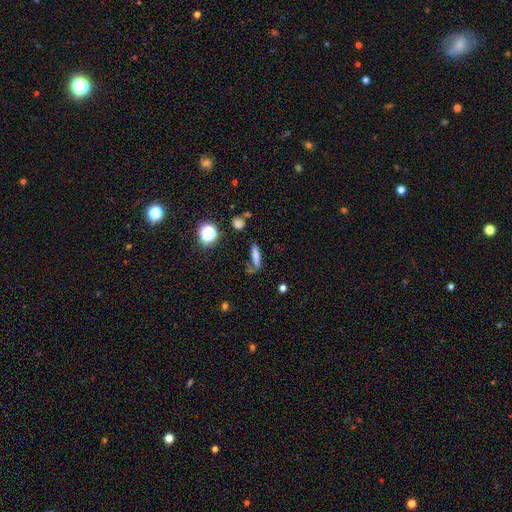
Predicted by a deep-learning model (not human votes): A smooth galaxy with no disk features (68%) that is cigar-shaped (67%). Merging: none (54%).